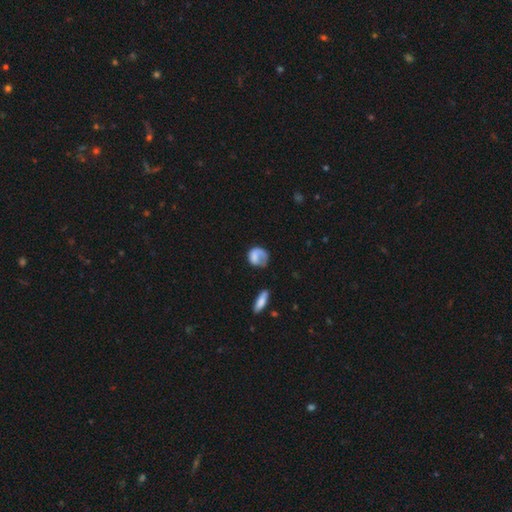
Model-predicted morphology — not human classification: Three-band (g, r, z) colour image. It shows a smooth galaxy with no disk features (64%) that is round (62%). Merging: none (41%).